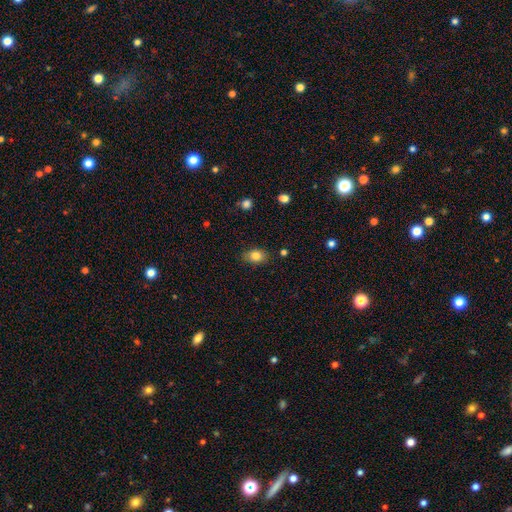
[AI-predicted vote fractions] Smooth or featured?
  - smooth: 82% *
  - star or artifact: 9%
  - featured or disk: 8%
How rounded?
  - in between: 75% *
  - round: 23%
  - cigar-shaped: 1%
Merging?
  - none: 83% *
  - minor disturbance: 13%
  - major disturbance: 3%
  - merger: 2%